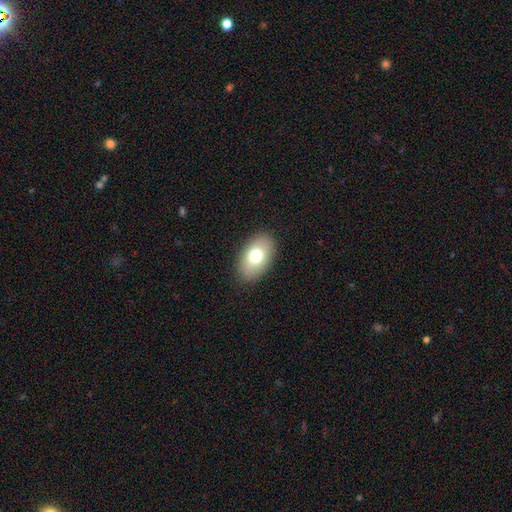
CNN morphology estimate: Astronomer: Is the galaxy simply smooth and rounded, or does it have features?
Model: smooth — 75%.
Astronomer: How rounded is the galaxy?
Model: in between — 92%.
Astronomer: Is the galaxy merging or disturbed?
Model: none — 87%.